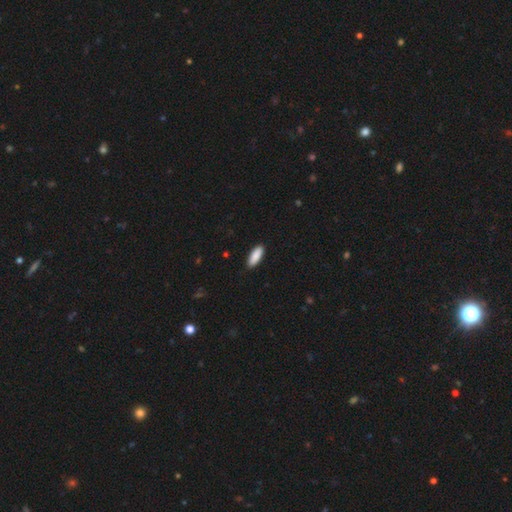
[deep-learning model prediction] smooth_or_featured: smooth (p=0.89) [alt: star or artifact p=0.06]
how_rounded: in between (p=0.67) [alt: cigar-shaped p=0.31]
merging: none (p=0.89) [alt: minor disturbance p=0.09]